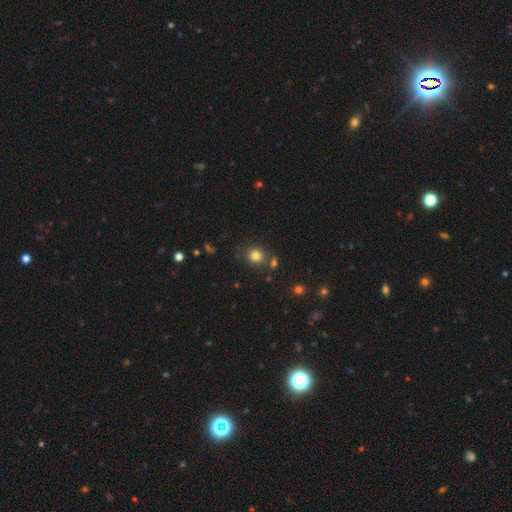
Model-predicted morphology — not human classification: type=smooth (80%); roundness=round (78%); merging=none (74%).